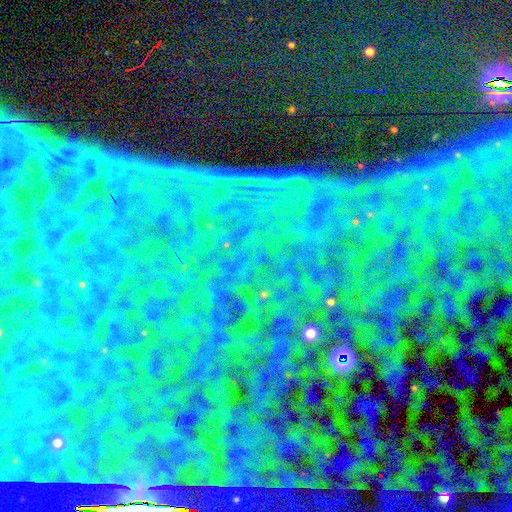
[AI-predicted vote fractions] Q: Smooth or featured?
A: star or artifact (86%); runner-up: featured or disk (7%)